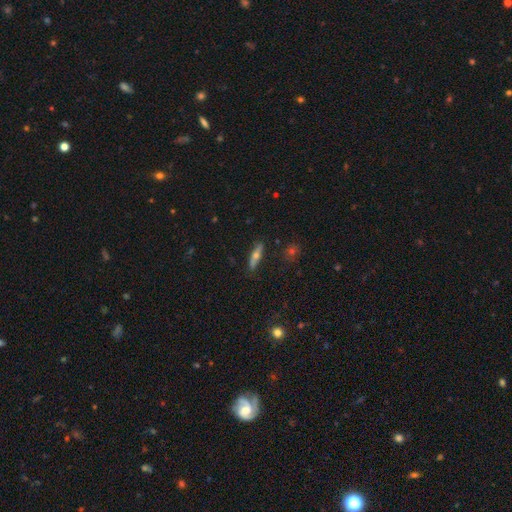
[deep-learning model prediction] A featured or disk galaxy (48%).

Vote fractions:
- Smooth or featured? featured or disk: 48% / smooth: 44% / star or artifact: 8%
- Merging? none: 85% / minor disturbance: 11% / major disturbance: 3% / merger: 2%